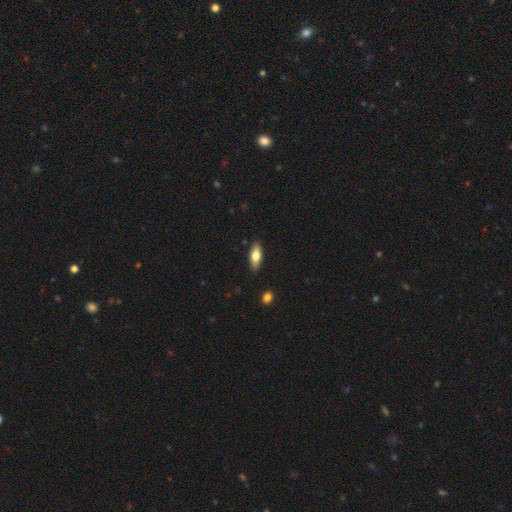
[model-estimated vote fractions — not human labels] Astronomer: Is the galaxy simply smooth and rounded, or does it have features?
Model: smooth — 70%.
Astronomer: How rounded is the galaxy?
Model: in between — 72%.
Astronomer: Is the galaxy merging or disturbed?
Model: none — 87%.